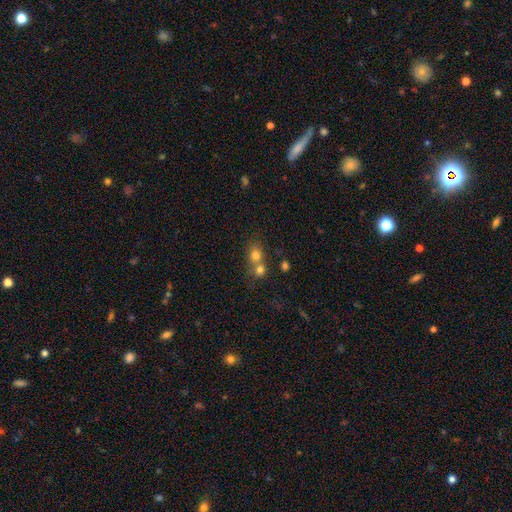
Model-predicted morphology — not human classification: A smooth galaxy with no disk features (75%) that is round (72%).

Vote fractions:
- Smooth or featured? smooth: 75% / star or artifact: 14% / featured or disk: 11%
- How rounded? round: 72% / in between: 26% / cigar-shaped: 1%
- Merging? merger: 54% / none: 37% / minor disturbance: 6% / major disturbance: 3%